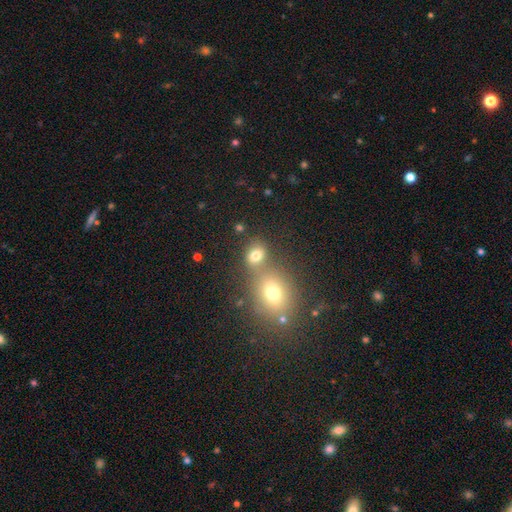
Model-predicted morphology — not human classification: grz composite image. It shows a smooth galaxy with no disk features (74%) that is round (50%). Merging: none (46%).